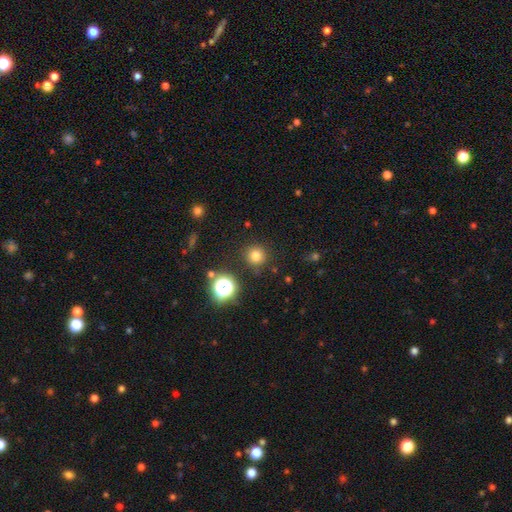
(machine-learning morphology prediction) This appears to be a smooth galaxy with no disk features (76%) that is round (95%). Merging: none (89%).